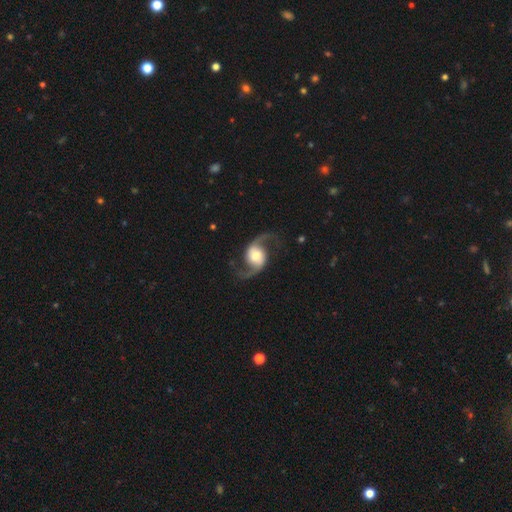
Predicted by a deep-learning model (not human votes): A featured or disk galaxy (91%) with no bar (50%), 2 (95%) loose (68%) spiral arms (97%) and a moderate central bulge (50%). Merging: none (81%).